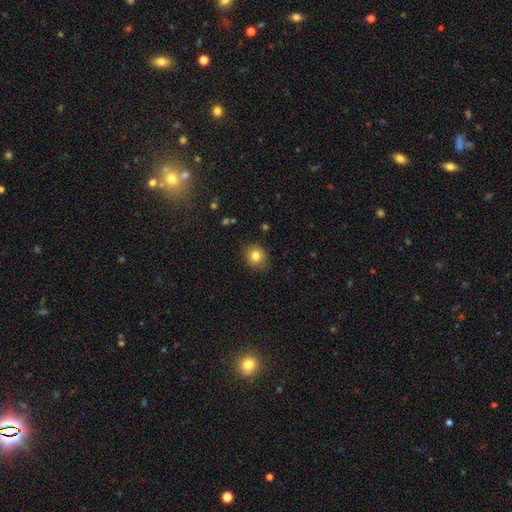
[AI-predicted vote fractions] Q: Smooth or featured?
A: smooth (81%); runner-up: star or artifact (10%)
Q: How rounded?
A: round (75%); runner-up: in between (24%)
Q: Merging?
A: none (85%); runner-up: minor disturbance (12%)